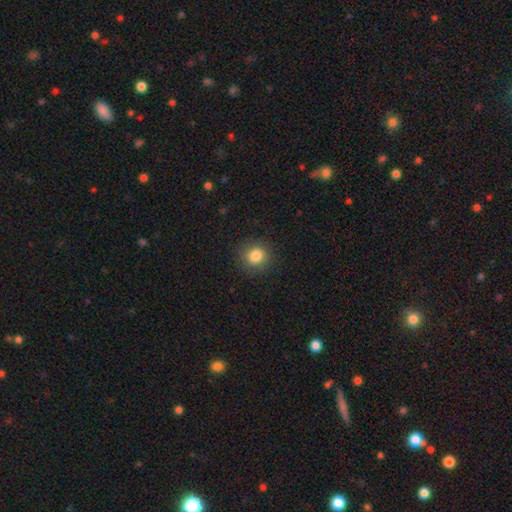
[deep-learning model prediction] Smooth or featured? Predicted: smooth (p=0.84). How rounded? Predicted: round (p=0.88). Merging? Predicted: none (p=0.87).